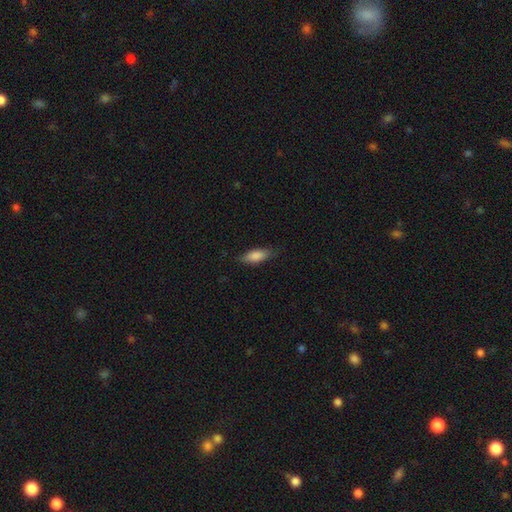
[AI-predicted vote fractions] Morphology: type=smooth (83%); roundness=in between (70%); merging=none (80%).